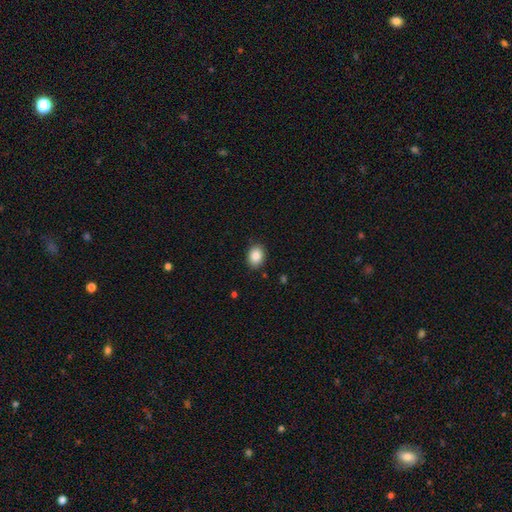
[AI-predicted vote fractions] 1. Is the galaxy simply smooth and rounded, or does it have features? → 87% smooth, 8% star or artifact, 5% featured or disk.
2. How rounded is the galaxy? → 61% in between, 38% round, 1% cigar-shaped.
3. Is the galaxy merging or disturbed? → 88% none, 9% minor disturbance, 2% major disturbance, 1% merger.